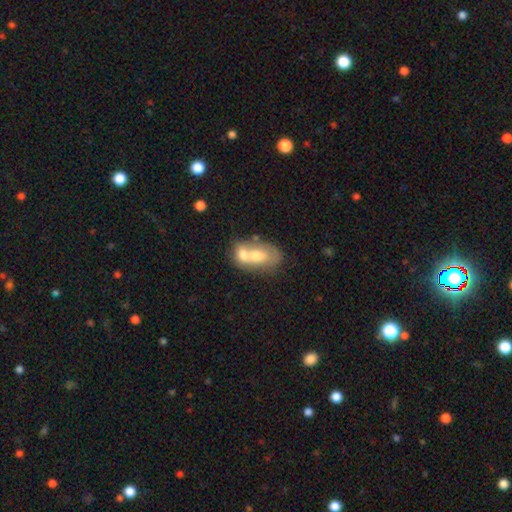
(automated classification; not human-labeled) smooth-or-featured: smooth: 59% | featured or disk: 33% | star or artifact: 8%
  how-rounded: in between: 81% | round: 17% | cigar-shaped: 2%
  merging: merger: 69% | none: 17% | minor disturbance: 8% | major disturbance: 6%